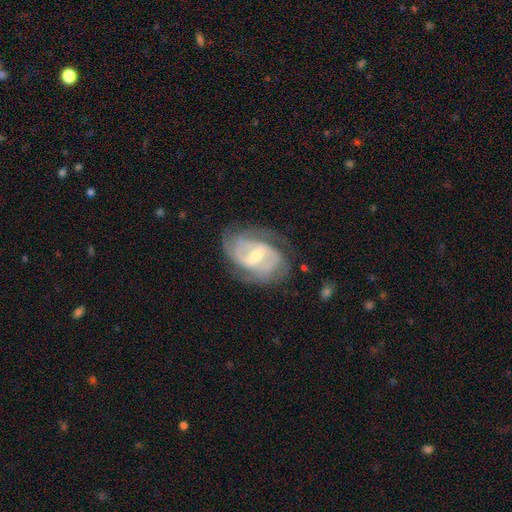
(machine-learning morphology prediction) A featured or disk galaxy (87%) with a weak bar (49%), 2 (43%) tight (48%) spiral arms (95%) and a moderate central bulge (51%).

Vote fractions:
- Smooth or featured? featured or disk: 87% / smooth: 8% / star or artifact: 5%
- Edge-on disk? no: 97% / yes: 3%
- Bar? weak: 49% / strong: 31% / no: 20%
- Spiral arms? yes: 95% / no: 5%
- Spiral winding? tight: 48% / medium: 41% / loose: 11%
- Spiral arm count? 2: 43% / 3: 24% / can't tell: 20% / 4: 6% / 1: 4% / more than 4: 3%
- Bulge size? moderate: 51% / small: 45% / large: 2% / none: 1% / dominant: 1%
- Merging? none: 69% / minor disturbance: 20% / major disturbance: 10% / merger: 1%